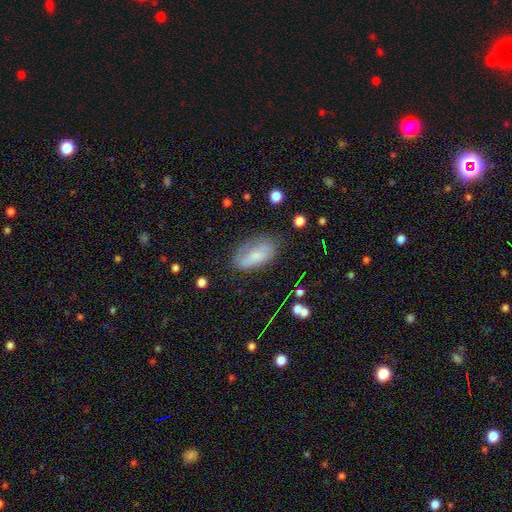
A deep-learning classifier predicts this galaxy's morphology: Overall: smooth (64%; featured or disk 27%). How rounded: in between (90%). Merging: none (59%; minor disturbance 27%).